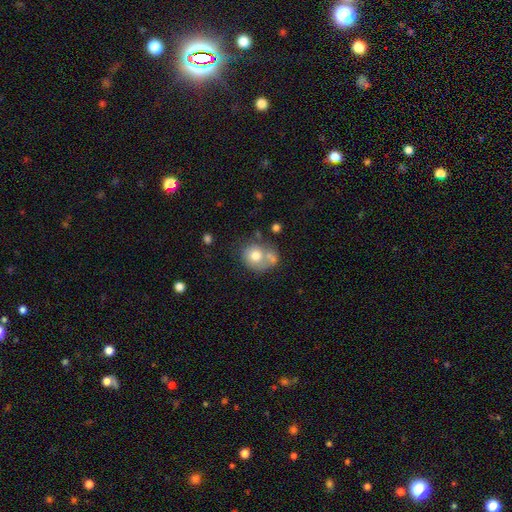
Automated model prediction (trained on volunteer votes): Q: Smooth or featured?
A: smooth (71%); runner-up: featured or disk (20%)
Q: How rounded?
A: round (73%); runner-up: in between (26%)
Q: Merging?
A: merger (40%); runner-up: none (37%)